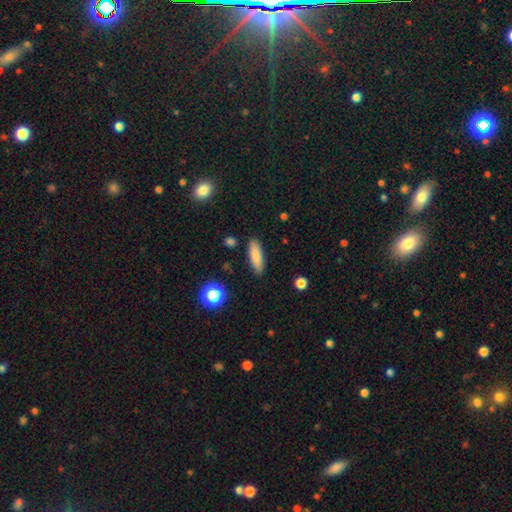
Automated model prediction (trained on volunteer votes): Smooth or featured: smooth — 82% (featured or disk — 10%)
How rounded: in between — 51% (cigar-shaped — 47%)
Merging: none — 88% (minor disturbance — 8%)